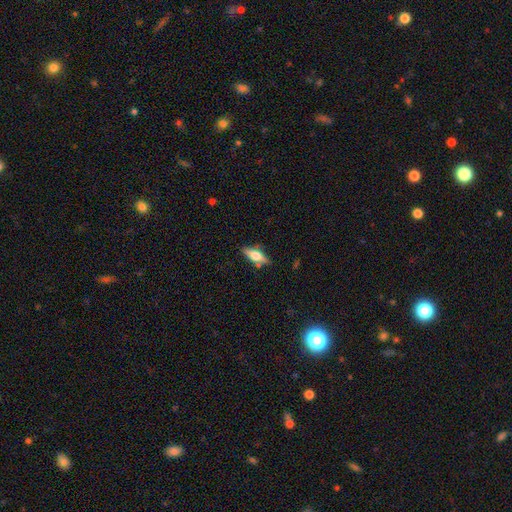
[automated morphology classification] smooth 47%, featured or disk 46%, star or artifact 7%. Down the decision tree: merging — none (77%).